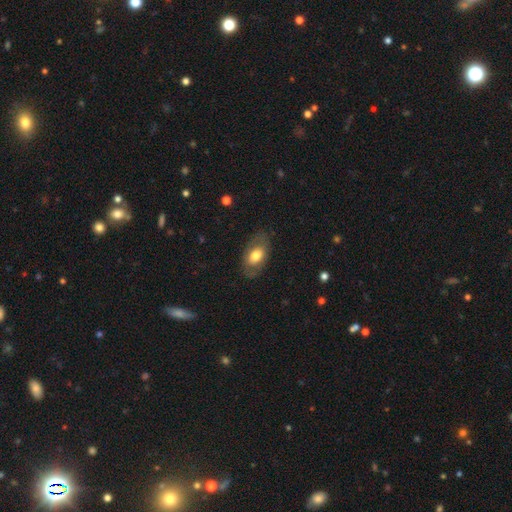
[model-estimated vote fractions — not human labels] The model was most divided on "smooth or featured": smooth: 65%, featured or disk: 28%, star or artifact: 7%. More confident: how rounded — in between (89%); merging — none (76%).